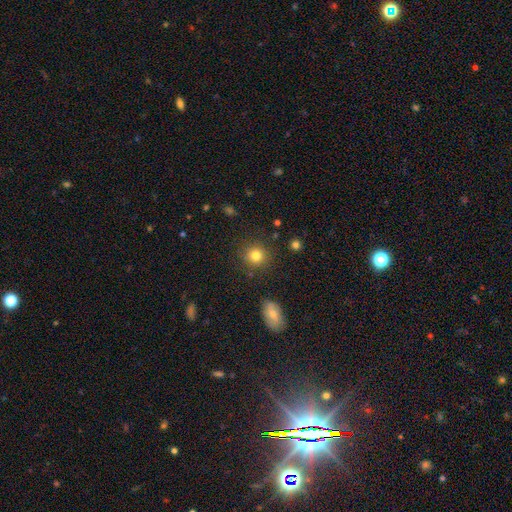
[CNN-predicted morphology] smooth 81%, star or artifact 12%, featured or disk 7%. Down the decision tree: how rounded — round (90%); merging — none (87%).